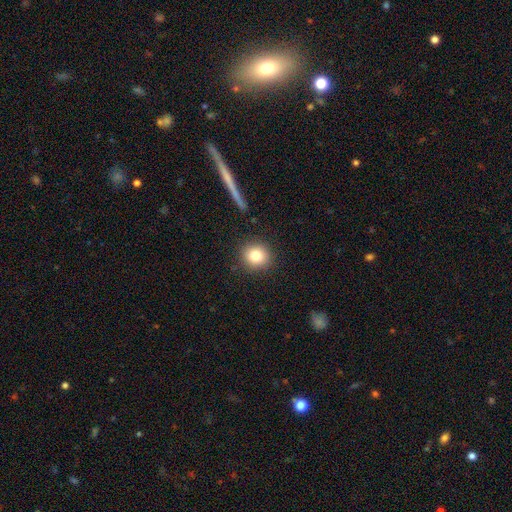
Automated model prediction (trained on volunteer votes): smooth_or_featured: smooth (p=0.80) [alt: star or artifact p=0.11]
how_rounded: round (p=0.88) [alt: in between p=0.11]
merging: none (p=0.89) [alt: minor disturbance p=0.07]